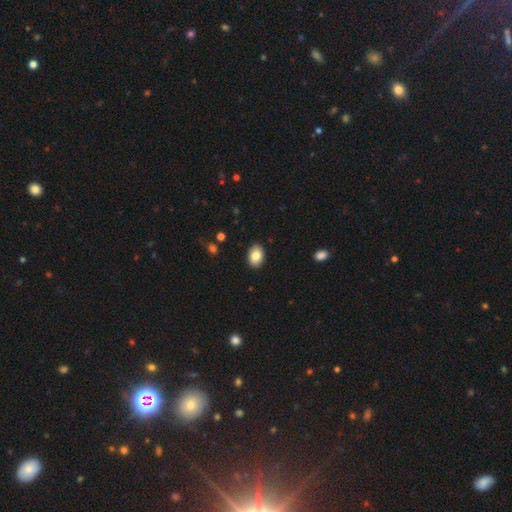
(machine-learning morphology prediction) Smooth or featured? smooth (84%)
How rounded? in between (86%)
Merging? none (89%)